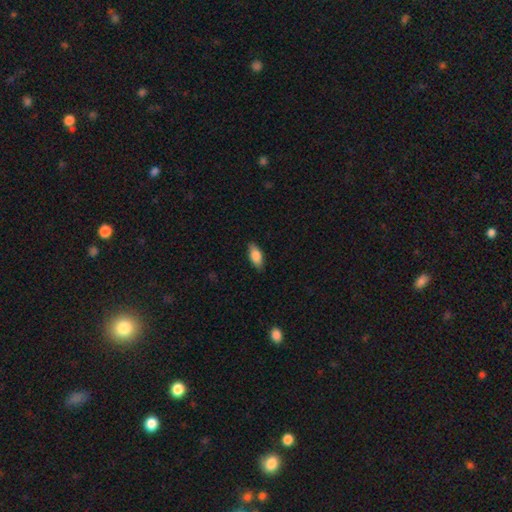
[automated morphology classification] This appears to be a smooth galaxy with no disk features (84%) that is in between round and cigar-shaped (85%). Merging: none (86%).